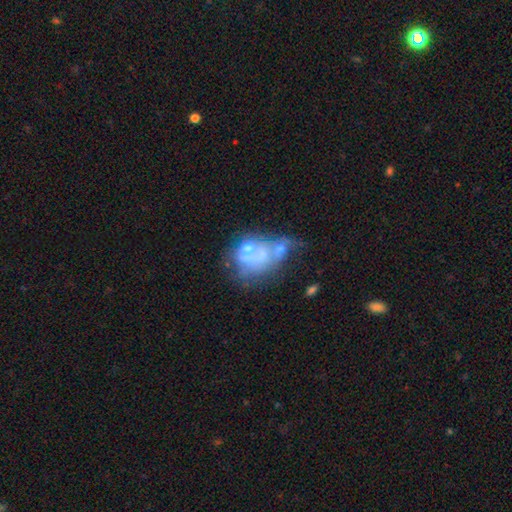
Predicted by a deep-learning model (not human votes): Morphology: type=featured or disk (59%); edge-on=no (98%); bar=no (90%); spiral arms=no (87%); bulge=none (48%); merging=merger (31%).